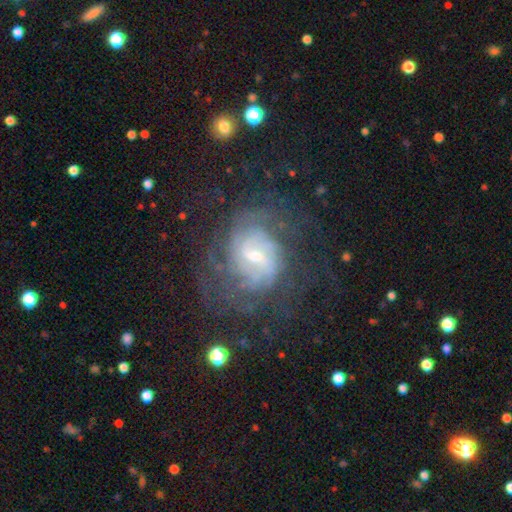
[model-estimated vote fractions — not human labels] Overall: featured or disk (82%). Edge-on disk: no (97%). Bar: weak (56%; no 26%). Spiral arms: yes (91%). Spiral arm count: can't tell (47%; 2 21%). Spiral winding: tight (54%; medium 33%). Bulge size: small (57%; moderate 36%). Merging: none (65%).